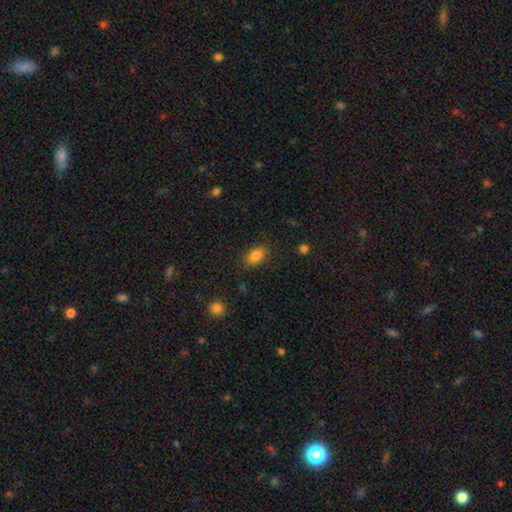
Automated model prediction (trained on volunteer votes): A smooth galaxy with no disk features (85%) that is in between round and cigar-shaped (88%).

Vote fractions:
- Smooth or featured? smooth: 85% / star or artifact: 9% / featured or disk: 6%
- How rounded? in between: 88% / round: 9% / cigar-shaped: 2%
- Merging? none: 84% / minor disturbance: 11% / major disturbance: 3% / merger: 1%